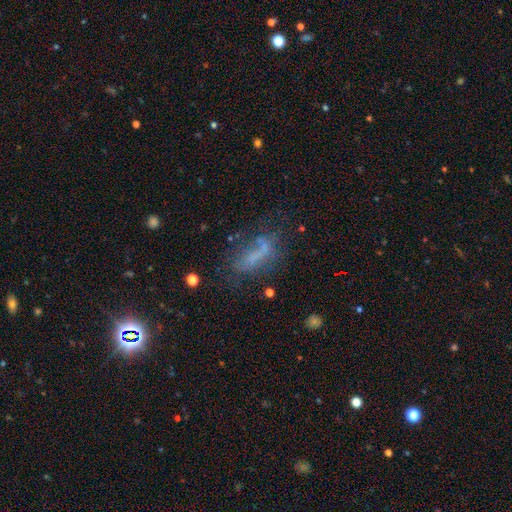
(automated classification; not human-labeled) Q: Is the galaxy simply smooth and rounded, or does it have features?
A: smooth — 43%.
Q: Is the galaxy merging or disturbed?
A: none — 43%.